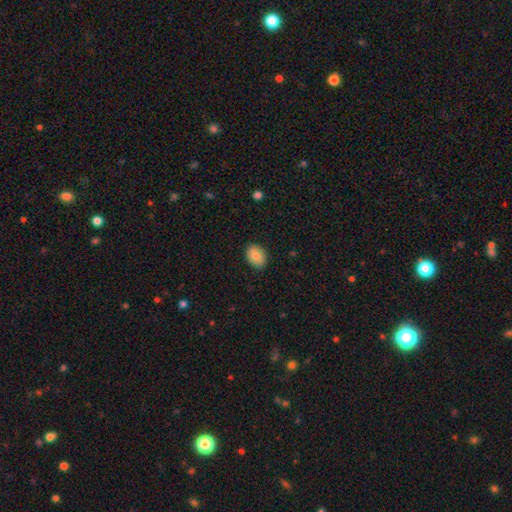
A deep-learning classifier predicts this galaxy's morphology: A smooth galaxy with no disk features (82%) that is in between round and cigar-shaped (65%).

Vote fractions:
- Smooth or featured? smooth: 82% / featured or disk: 11% / star or artifact: 8%
- How rounded? in between: 65% / round: 34% / cigar-shaped: 1%
- Merging? none: 87% / minor disturbance: 10% / major disturbance: 2% / merger: 1%